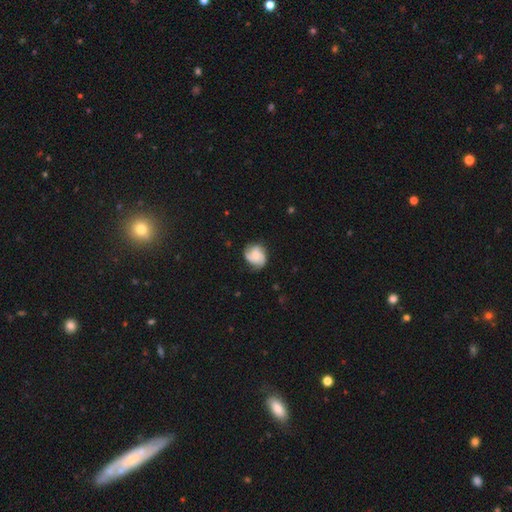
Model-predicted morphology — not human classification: A featured or disk galaxy (64%) with no bar (68%), 3 (53%) medium (45%) spiral arms (94%) and a small central bulge (51%). Merging: none (70%).